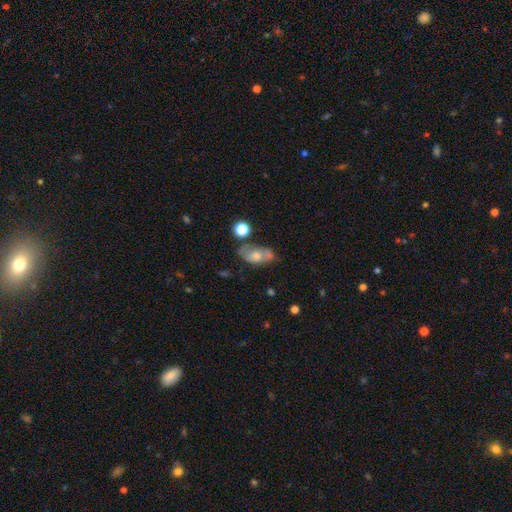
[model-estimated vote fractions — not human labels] smooth_or_featured: smooth (p=0.49) [alt: featured or disk p=0.41]
merging: none (p=0.51) [alt: minor disturbance p=0.24]